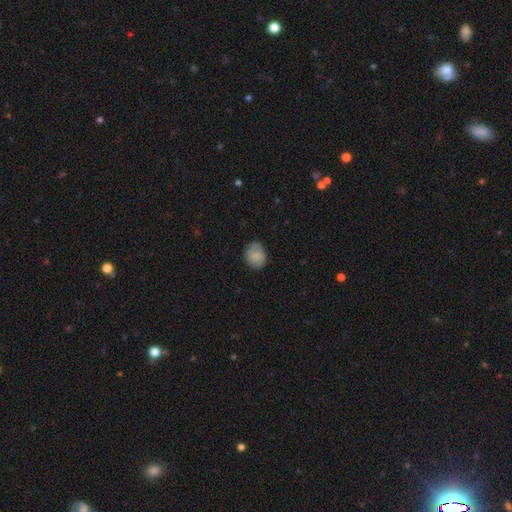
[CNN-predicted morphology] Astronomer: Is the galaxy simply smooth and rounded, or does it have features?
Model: smooth — 77%.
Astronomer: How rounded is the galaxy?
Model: round — 55% (runner-up: in between, 44%).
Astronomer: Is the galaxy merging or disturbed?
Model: none — 72%.